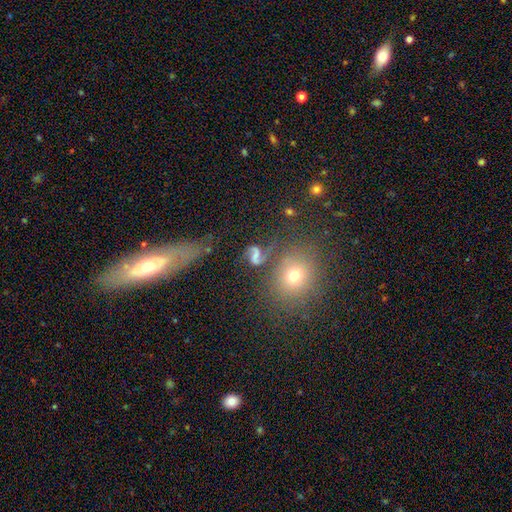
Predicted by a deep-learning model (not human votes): This is likely a featured or disk galaxy (62%). It is clearly not viewed edge-on (97%). Bar: marginally weak (43%). Spiral arm pattern: clearly yes (87%). Spiral arm count: clearly 2 (90%). Spiral winding: possibly loose (54%). Central bulge: marginally moderate (32%, tied with small). Merging: possibly none (54%).